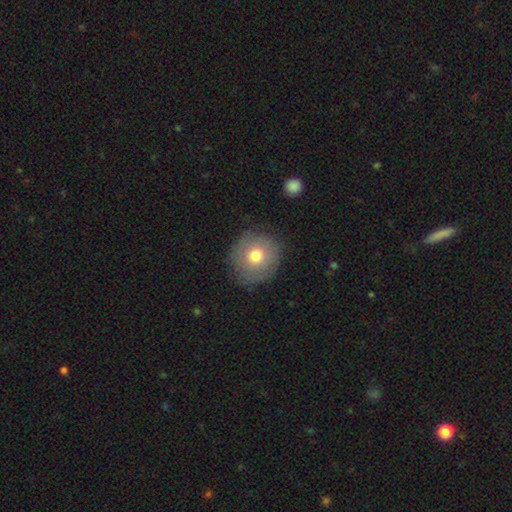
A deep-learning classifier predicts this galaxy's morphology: Overall: smooth (69%). How rounded: round (89%). Merging: none (81%).